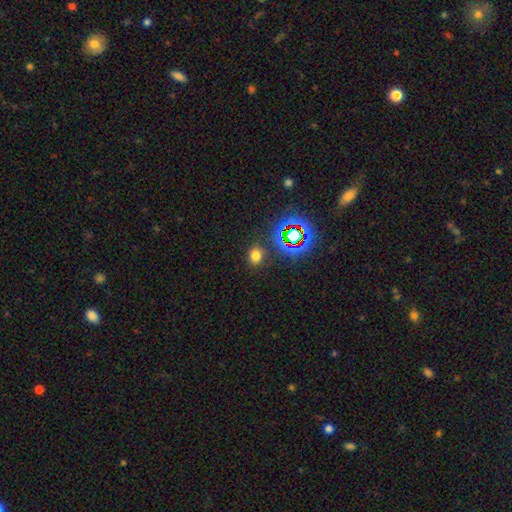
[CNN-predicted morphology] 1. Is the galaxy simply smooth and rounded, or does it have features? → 68% smooth, 25% star or artifact, 7% featured or disk.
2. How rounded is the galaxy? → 60% round, 39% in between, 1% cigar-shaped.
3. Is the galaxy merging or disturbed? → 85% none, 9% minor disturbance, 3% major disturbance, 3% merger.